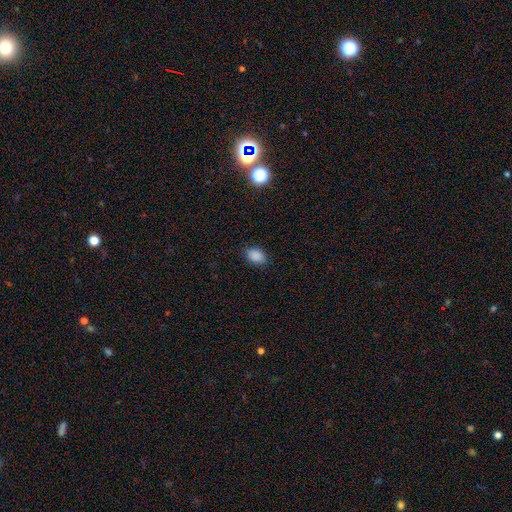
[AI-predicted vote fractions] The model was most divided on "how rounded": in between: 77%, round: 21%, cigar-shaped: 1%. More confident: smooth or featured — smooth (87%); merging — none (84%).